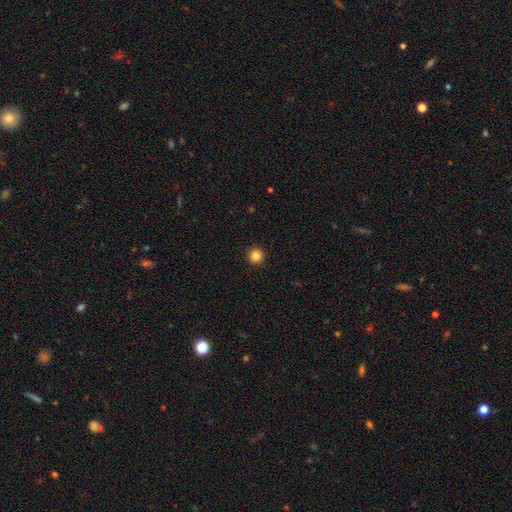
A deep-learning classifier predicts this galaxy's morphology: type=smooth (84%); roundness=round (96%); merging=none (94%).